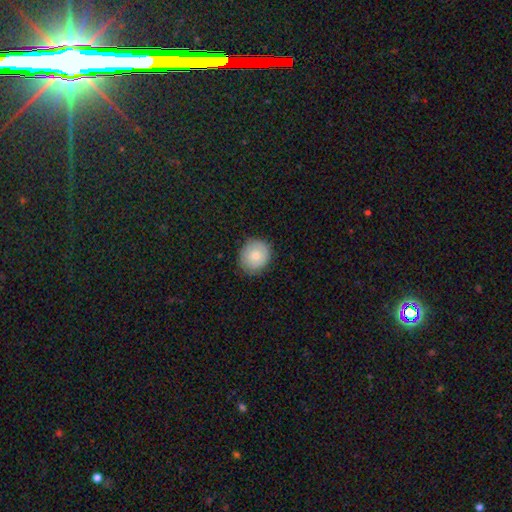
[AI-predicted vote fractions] Overall: smooth (77%). How rounded: round (78%). Merging: none (83%).